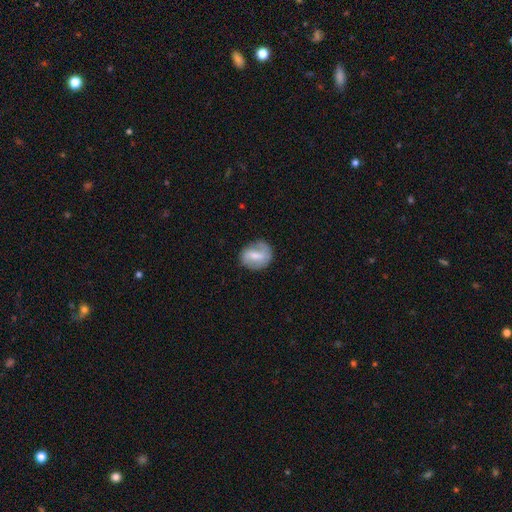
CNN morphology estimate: smooth-or-featured: featured or disk: 47% | smooth: 46% | star or artifact: 7%
  merging: none: 70% | minor disturbance: 21% | major disturbance: 8% | merger: 2%